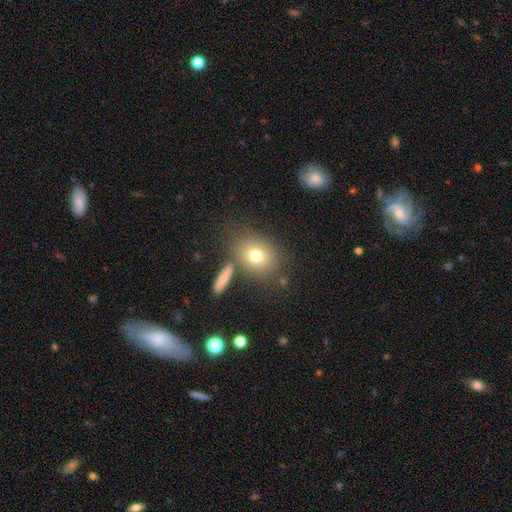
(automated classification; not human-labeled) This is likely a smooth galaxy (73%). How rounded: possibly round (51%). Merging: likely none (71%).